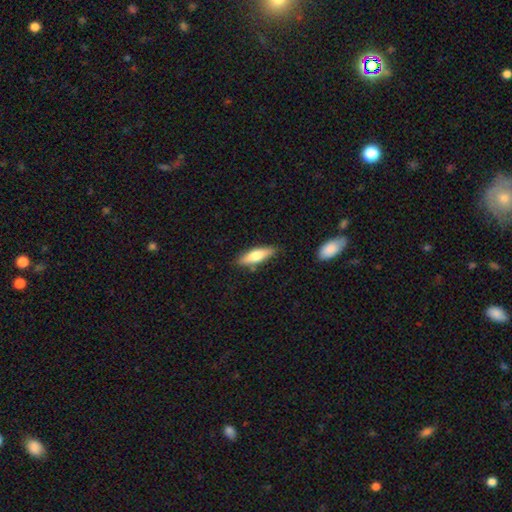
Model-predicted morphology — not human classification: This appears to be a smooth galaxy with no disk features (68%) that is cigar-shaped (51%). Merging: none (82%).